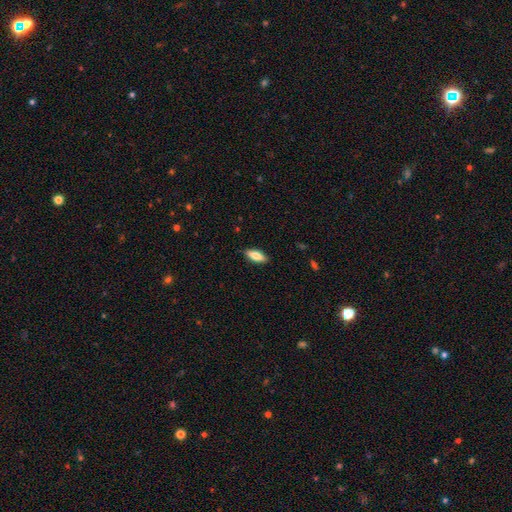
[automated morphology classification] smooth-or-featured: smooth: 75% | featured or disk: 19% | star or artifact: 6%
  how-rounded: in between: 70% | cigar-shaped: 28% | round: 2%
  merging: none: 88% | minor disturbance: 9% | major disturbance: 2% | merger: 1%